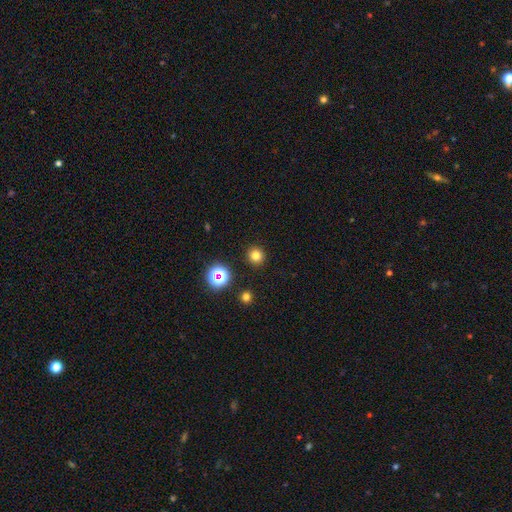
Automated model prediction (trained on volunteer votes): Overall: smooth (77%). How rounded: round (94%). Merging: none (91%).